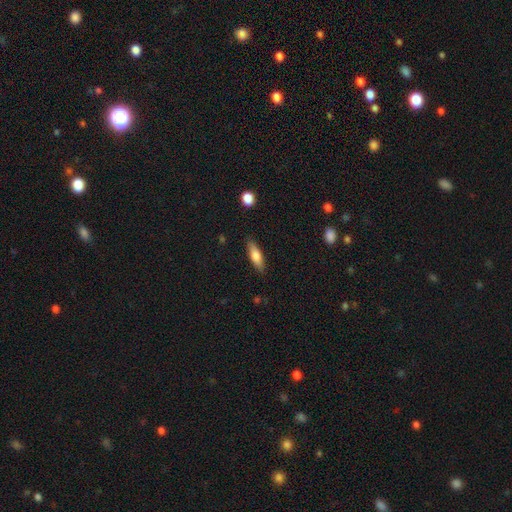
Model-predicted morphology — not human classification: Smooth or featured?
  - smooth: 72% *
  - featured or disk: 22%
  - star or artifact: 6%
How rounded?
  - cigar-shaped: 54% *
  - in between: 44%
  - round: 2%
Merging?
  - none: 86% *
  - minor disturbance: 11%
  - major disturbance: 2%
  - merger: 1%